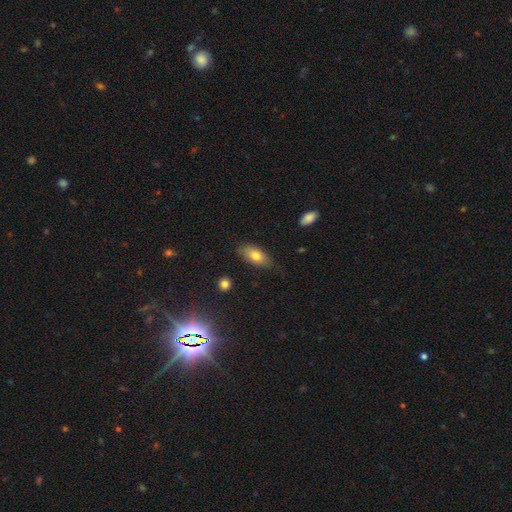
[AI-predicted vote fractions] A smooth galaxy with no disk features (76%) that is in between round and cigar-shaped (87%).

Vote fractions:
- Smooth or featured? smooth: 76% / featured or disk: 17% / star or artifact: 7%
- How rounded? in between: 87% / cigar-shaped: 10% / round: 3%
- Merging? none: 77% / minor disturbance: 18% / major disturbance: 3% / merger: 2%